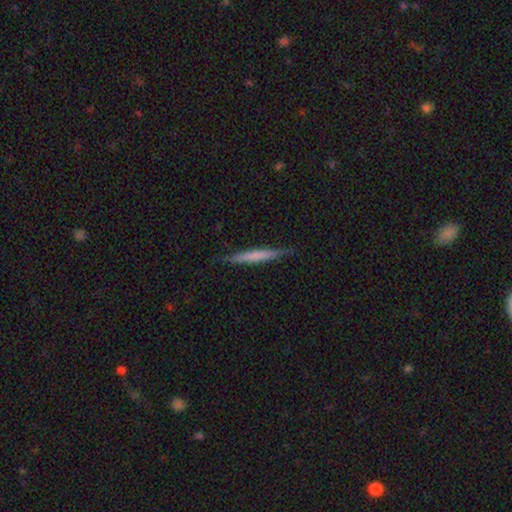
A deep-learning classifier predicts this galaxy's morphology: This appears to be a smooth galaxy with no disk features (57%) that is cigar-shaped (96%). Merging: none (86%).